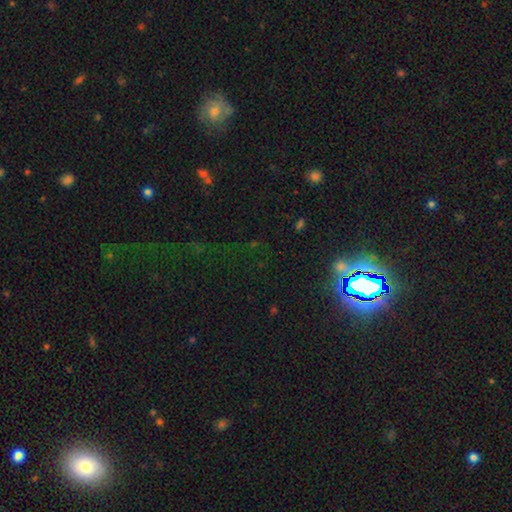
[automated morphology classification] A star or artifact, not a galaxy (78%).